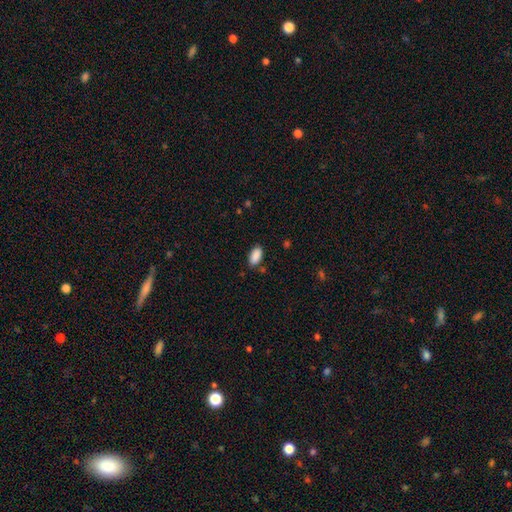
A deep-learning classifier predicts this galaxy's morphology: Smooth or featured: smooth — 90% (star or artifact — 7%)
How rounded: in between — 92% (cigar-shaped — 6%)
Merging: none — 83% (minor disturbance — 12%)